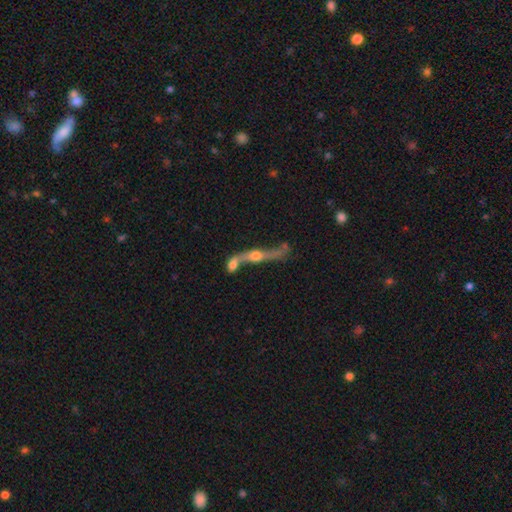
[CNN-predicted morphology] This is likely a featured or disk galaxy (68%). It is possibly viewed edge-on (55%). Merging: possibly merger (59%).